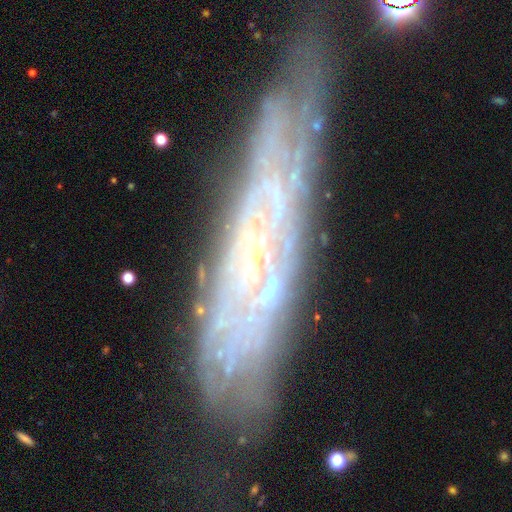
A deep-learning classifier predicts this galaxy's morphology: Smooth or featured?
  - featured or disk: 81% *
  - smooth: 11%
  - star or artifact: 8%
Edge-on disk?
  - no: 68% *
  - yes: 32%
Bar?
  - no: 64% *
  - weak: 25%
  - strong: 11%
Spiral arms?
  - yes: 86% *
  - no: 14%
Bulge size?
  - small: 79% *
  - moderate: 12%
  - none: 6%
  - large: 2%
  - dominant: 1%
Merging?
  - none: 64% *
  - minor disturbance: 22%
  - major disturbance: 10%
  - merger: 3%